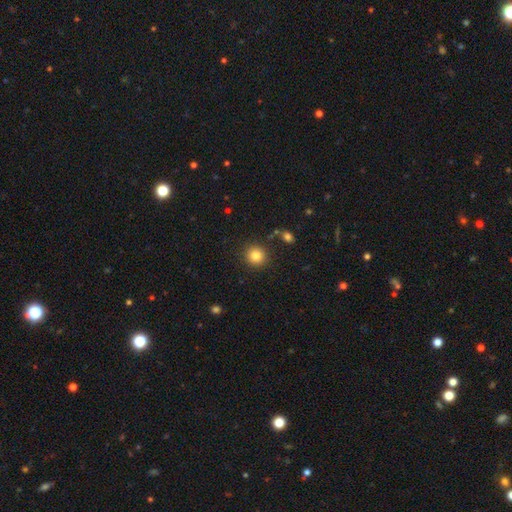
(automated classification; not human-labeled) This is clearly a smooth galaxy (84%). How rounded: clearly round (91%). Merging: clearly none (89%).